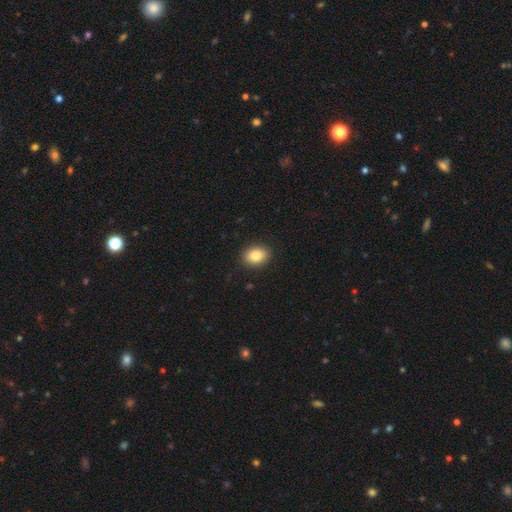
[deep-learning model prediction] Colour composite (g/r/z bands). It shows a smooth galaxy with no disk features (85%) that is in between round and cigar-shaped (71%). Merging: none (89%).